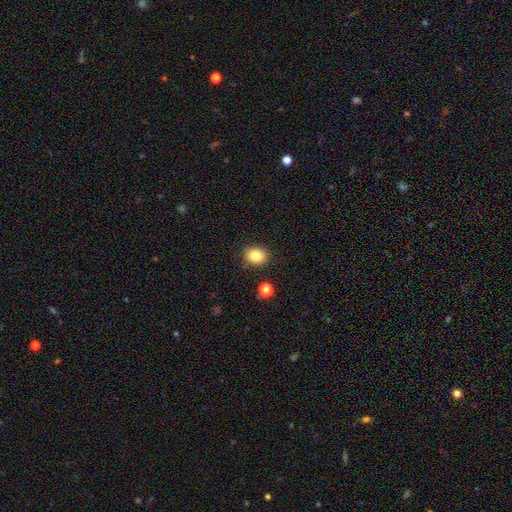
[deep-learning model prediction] A smooth galaxy with no disk features (83%) that is round (50%). Merging: none (86%).